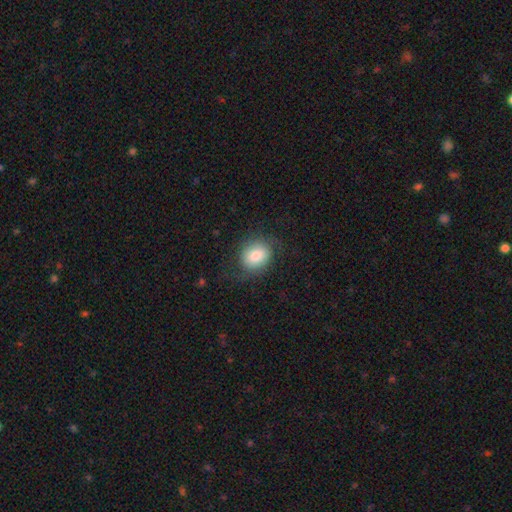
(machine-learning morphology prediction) Smooth or featured: smooth — 73% (featured or disk — 19%)
How rounded: round — 61% (in between — 38%)
Merging: none — 70% (minor disturbance — 18%)